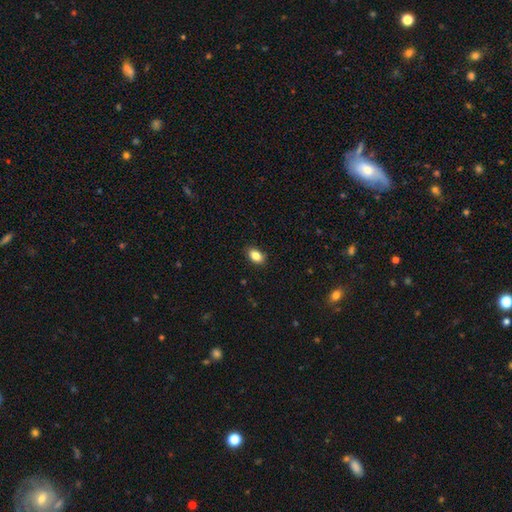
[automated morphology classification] Smooth or featured?
  - smooth: 84% *
  - star or artifact: 9%
  - featured or disk: 7%
How rounded?
  - in between: 87% *
  - round: 11%
  - cigar-shaped: 2%
Merging?
  - none: 88% *
  - minor disturbance: 9%
  - major disturbance: 2%
  - merger: 1%